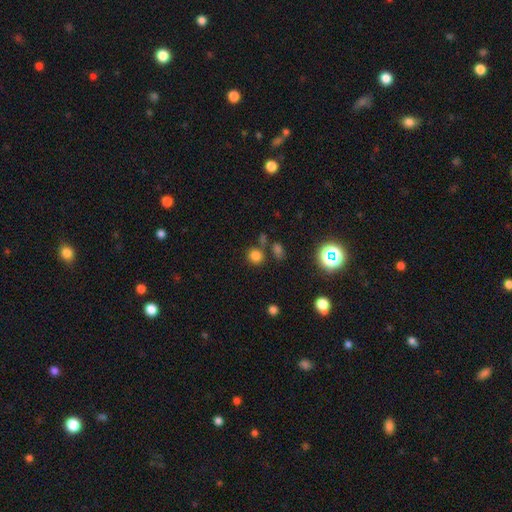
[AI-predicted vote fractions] This appears to be a smooth galaxy with no disk features (76%) that is round (85%). Merging: none (73%).